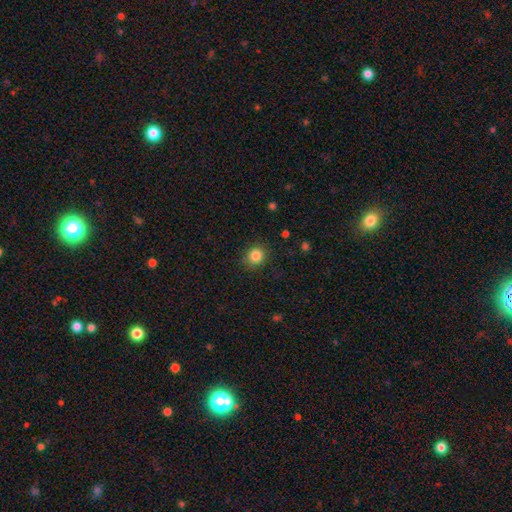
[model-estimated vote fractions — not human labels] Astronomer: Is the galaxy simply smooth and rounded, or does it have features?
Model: smooth — 85%.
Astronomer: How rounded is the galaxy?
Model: round — 82%.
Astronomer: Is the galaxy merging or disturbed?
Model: none — 86%.